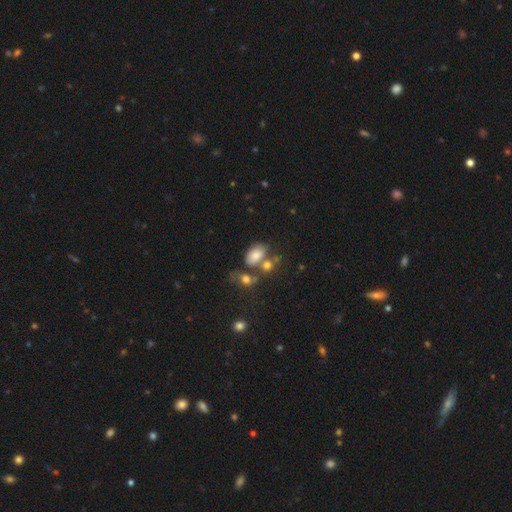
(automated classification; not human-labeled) This appears to be a smooth galaxy with no disk features (75%) that is in between round and cigar-shaped (84%). Merging: none (44%).